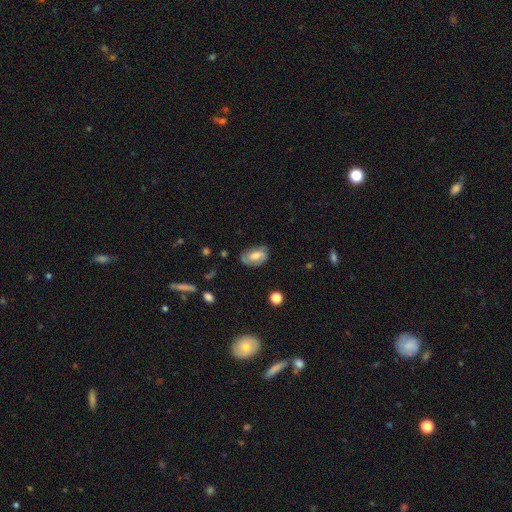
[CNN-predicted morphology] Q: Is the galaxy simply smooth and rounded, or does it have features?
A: smooth — 49%.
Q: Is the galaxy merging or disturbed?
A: none — 70%.